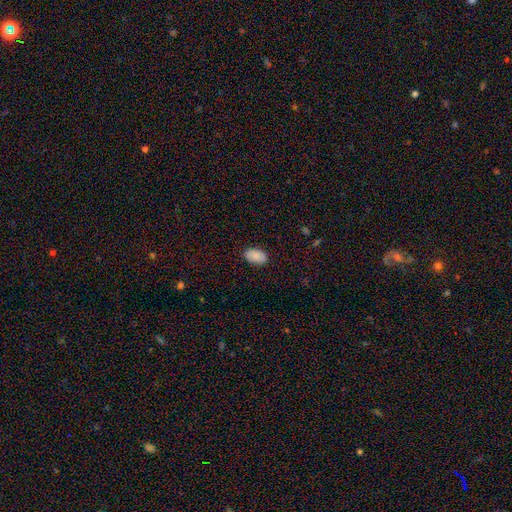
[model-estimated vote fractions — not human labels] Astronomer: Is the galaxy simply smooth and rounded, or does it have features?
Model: smooth — 89%.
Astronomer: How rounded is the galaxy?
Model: in between — 94%.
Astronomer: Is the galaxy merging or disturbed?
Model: none — 87%.